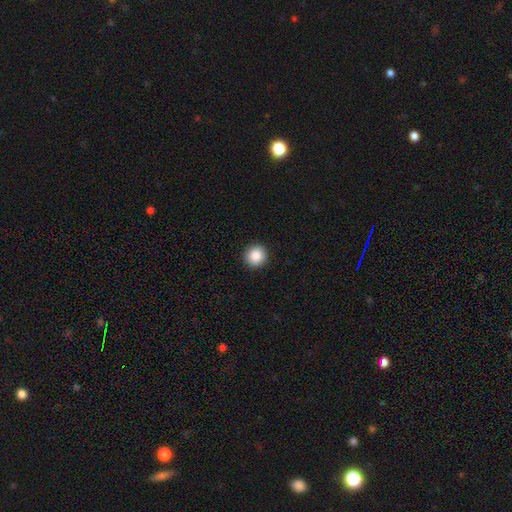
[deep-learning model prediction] A smooth galaxy with no disk features (88%) that is round (94%).

Vote fractions:
- Smooth or featured? smooth: 88% / star or artifact: 9% / featured or disk: 4%
- How rounded? round: 94% / in between: 5% / cigar-shaped: 1%
- Merging? none: 92% / minor disturbance: 5% / major disturbance: 2% / merger: 1%